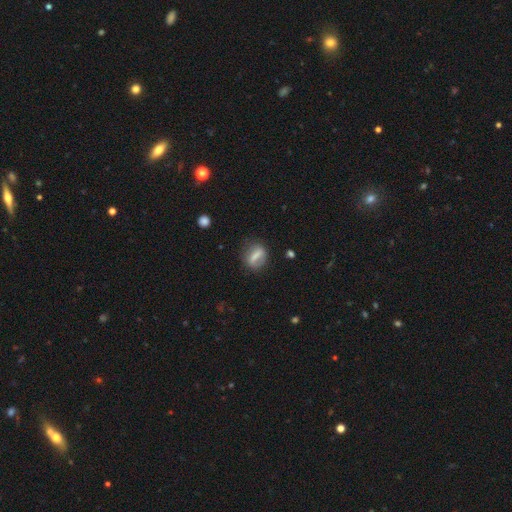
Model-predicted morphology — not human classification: Smooth or featured? Predicted: smooth (p=0.55). How rounded? Predicted: in between (p=0.47). Merging? Predicted: none (p=0.74).